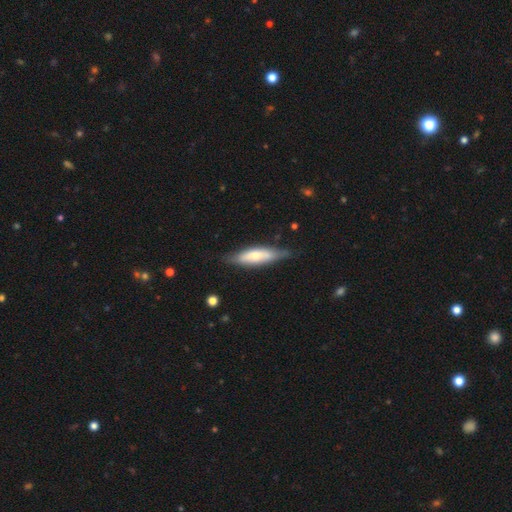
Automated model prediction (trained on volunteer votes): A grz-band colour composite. It shows a smooth galaxy with no disk features (54%) that is cigar-shaped (56%). Merging: none (70%).